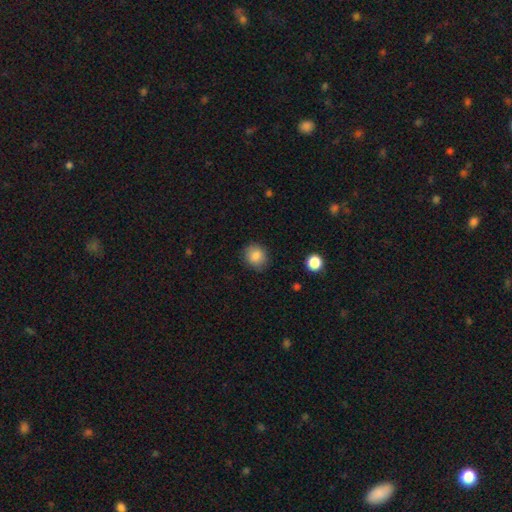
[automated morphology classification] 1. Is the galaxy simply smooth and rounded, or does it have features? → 86% smooth, 9% star or artifact, 5% featured or disk.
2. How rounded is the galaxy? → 75% round, 25% in between, 1% cigar-shaped.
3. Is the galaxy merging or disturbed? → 85% none, 11% minor disturbance, 3% major disturbance, 1% merger.